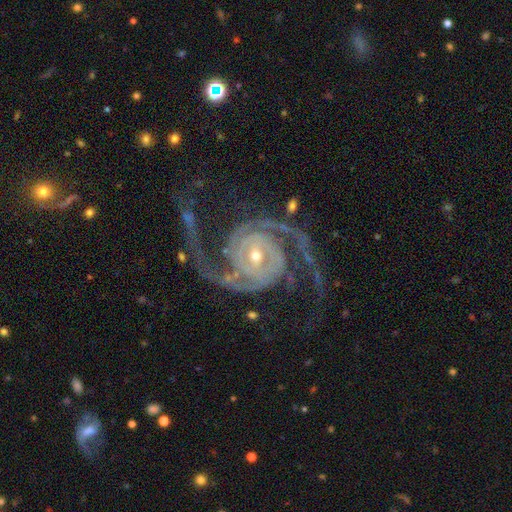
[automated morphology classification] Overall: featured or disk (94%). Edge-on disk: no (98%). Bar: no (41%; weak 36%). Spiral arms: yes (99%). Spiral arm count: 2 (85%). Spiral winding: medium (45%; tight 37%). Bulge size: small (58%; moderate 38%). Merging: none (68%).